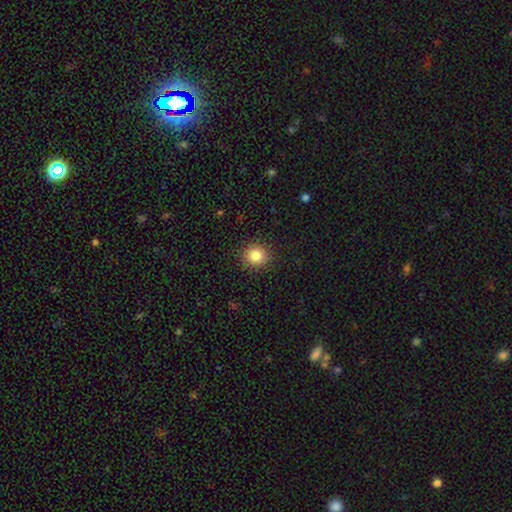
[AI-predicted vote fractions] Morphology: type=smooth (84%); roundness=round (86%); merging=none (90%).